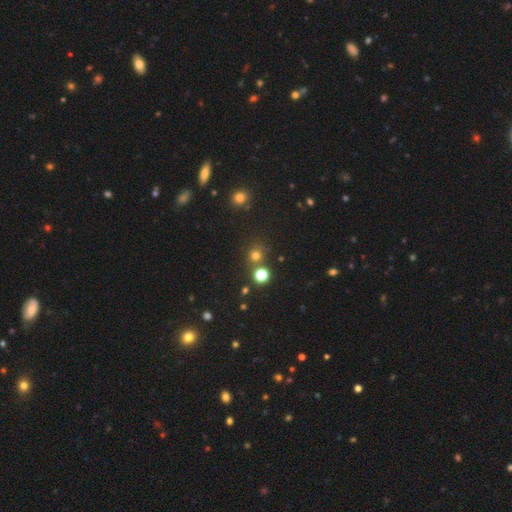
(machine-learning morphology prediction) This appears to be a smooth galaxy with no disk features (68%) that is round (89%). Merging: none (75%).